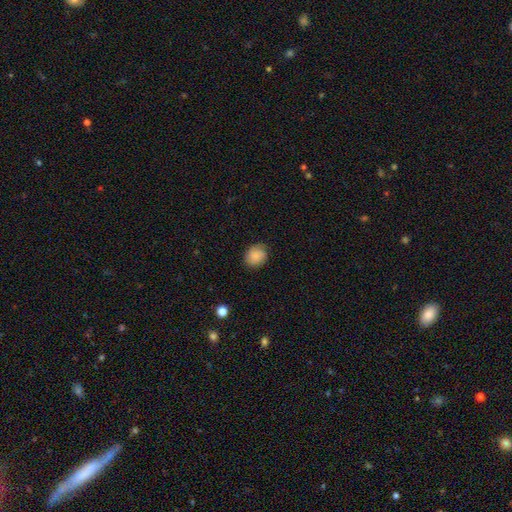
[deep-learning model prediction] Smooth or featured: smooth — 83% (featured or disk — 9%)
How rounded: round — 64% (in between — 35%)
Merging: none — 80% (minor disturbance — 16%)